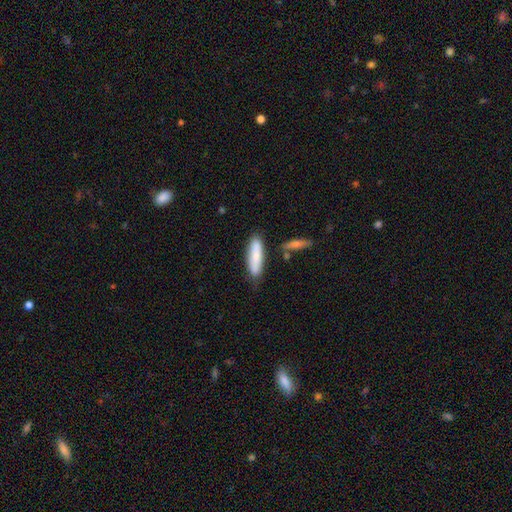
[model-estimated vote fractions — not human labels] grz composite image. It shows a smooth galaxy with no disk features (80%) that is cigar-shaped (68%). Merging: none (74%).